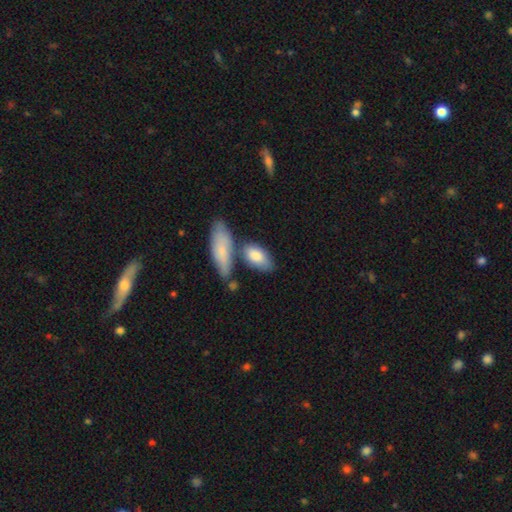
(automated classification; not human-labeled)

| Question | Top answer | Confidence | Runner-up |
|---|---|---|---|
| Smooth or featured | smooth | 80% | featured or disk (15%) |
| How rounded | in between | 86% | cigar-shaped (10%) |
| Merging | none | 54% | merger (25%) |